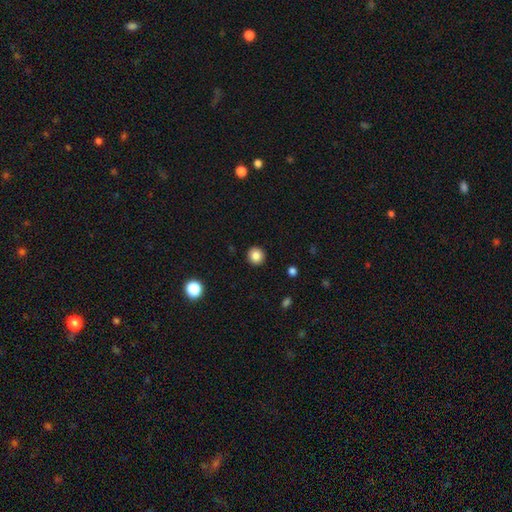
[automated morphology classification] A smooth galaxy with no disk features (85%) that is round (94%).

Vote fractions:
- Smooth or featured? smooth: 85% / star or artifact: 10% / featured or disk: 5%
- How rounded? round: 94% / in between: 5% / cigar-shaped: 1%
- Merging? none: 93% / minor disturbance: 5% / major disturbance: 2% / merger: 1%